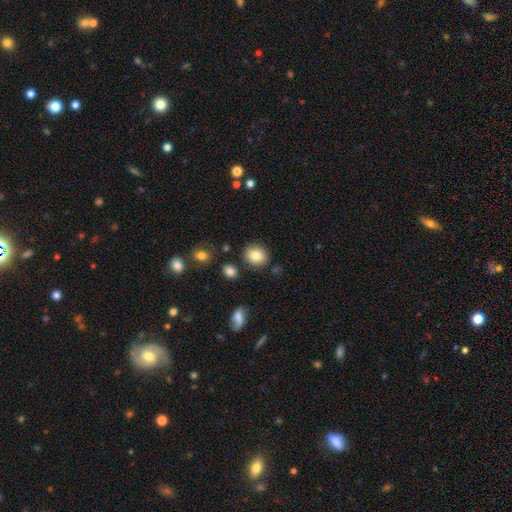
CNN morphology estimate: smooth-or-featured: smooth: 81% | featured or disk: 10% | star or artifact: 9%
  how-rounded: round: 69% | in between: 30% | cigar-shaped: 1%
  merging: none: 85% | minor disturbance: 9% | merger: 3% | major disturbance: 3%